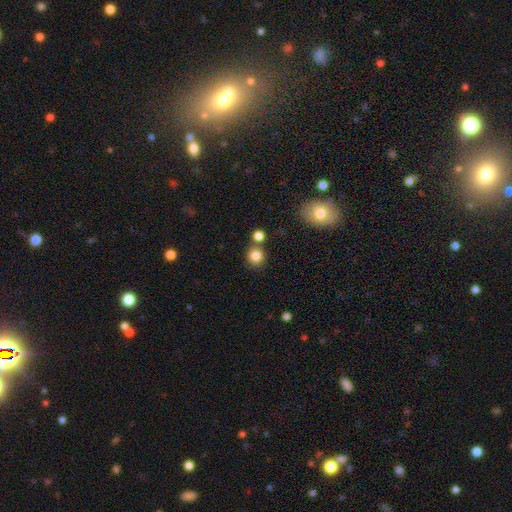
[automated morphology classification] This appears to be a smooth galaxy with no disk features (83%) that is round (88%). Merging: none (71%).